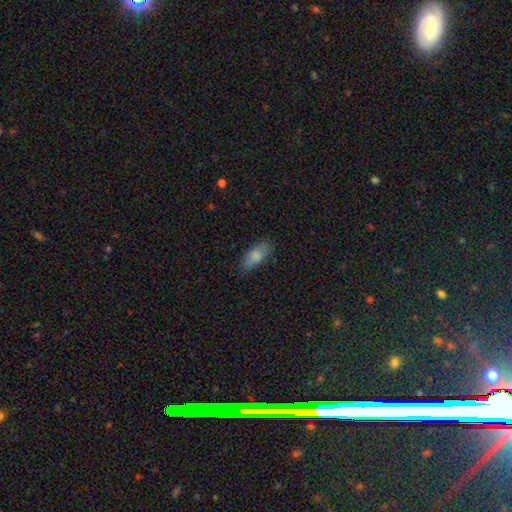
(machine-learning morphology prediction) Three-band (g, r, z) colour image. It shows a smooth galaxy with no disk features (82%) that is in between round and cigar-shaped (85%). Merging: none (78%).